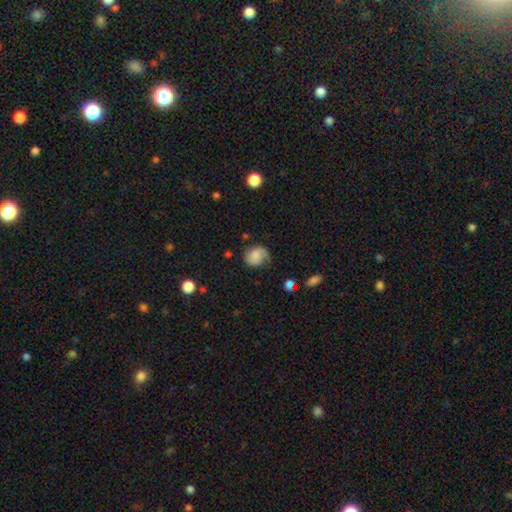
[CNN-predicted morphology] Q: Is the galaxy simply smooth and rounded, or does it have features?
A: smooth — 46%.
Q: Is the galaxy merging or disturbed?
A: none — 59%.